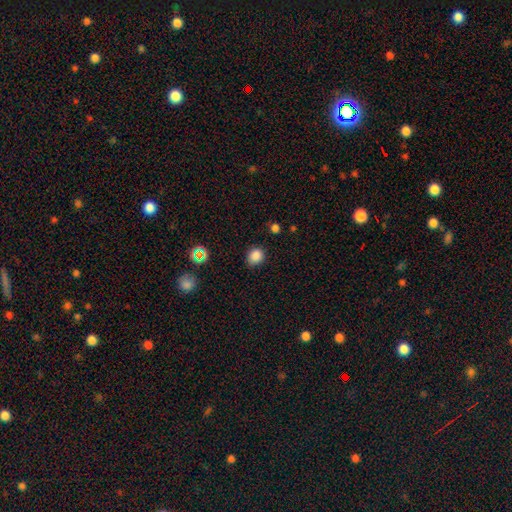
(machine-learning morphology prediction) type=smooth (84%); roundness=round (74%); merging=none (82%).